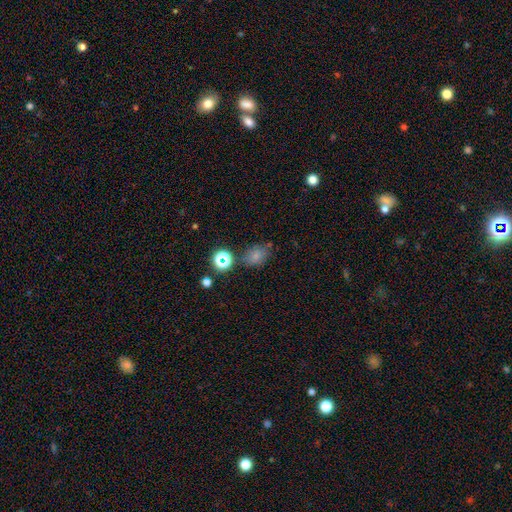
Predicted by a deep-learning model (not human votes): This appears to be a smooth galaxy with no disk features (70%) that is in between round and cigar-shaped (64%). Merging: none (67%).